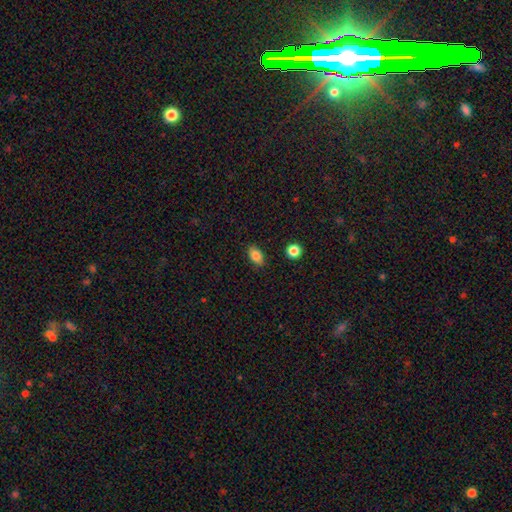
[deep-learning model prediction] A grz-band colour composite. It shows a smooth galaxy with no disk features (84%) that is in between round and cigar-shaped (86%). Merging: none (86%).